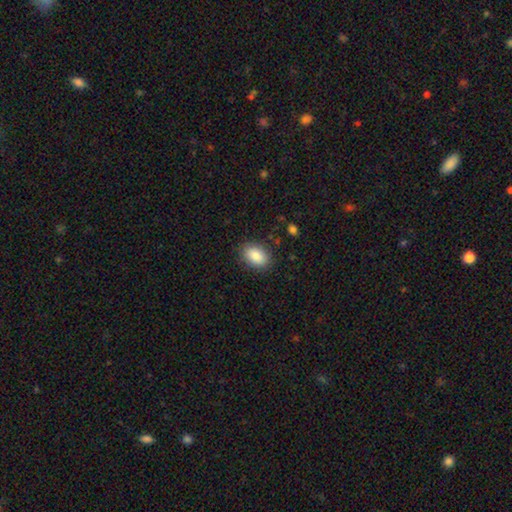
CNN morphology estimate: smooth 87%, star or artifact 7%, featured or disk 5%. Down the decision tree: how rounded — in between (85%); merging — none (86%).